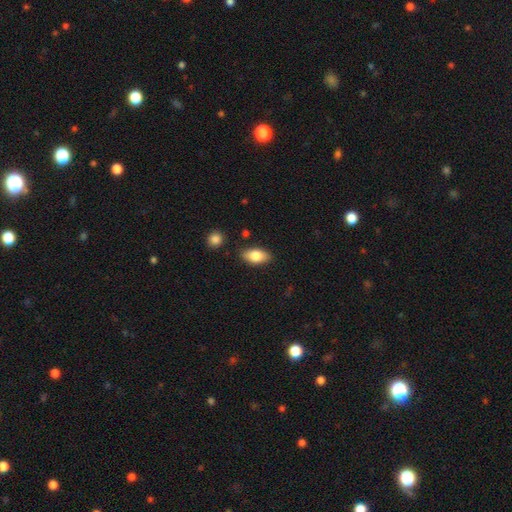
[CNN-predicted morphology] Smooth or featured?
  - smooth: 80% *
  - featured or disk: 13%
  - star or artifact: 7%
How rounded?
  - in between: 91% *
  - round: 5%
  - cigar-shaped: 4%
Merging?
  - none: 84% *
  - minor disturbance: 11%
  - merger: 3%
  - major disturbance: 2%